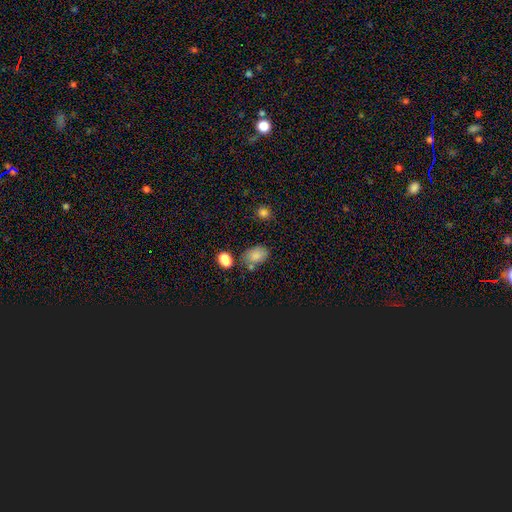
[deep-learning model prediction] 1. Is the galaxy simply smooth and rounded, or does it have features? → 81% smooth, 12% star or artifact, 8% featured or disk.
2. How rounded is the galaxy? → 77% in between, 21% round, 1% cigar-shaped.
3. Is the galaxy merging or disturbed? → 66% none, 18% minor disturbance, 11% merger, 5% major disturbance.